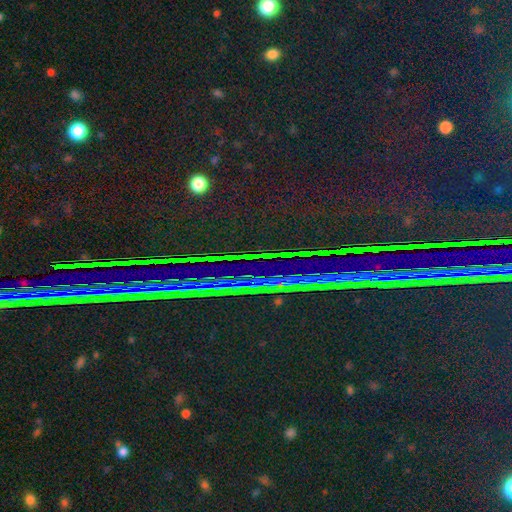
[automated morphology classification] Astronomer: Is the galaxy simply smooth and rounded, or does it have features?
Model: star or artifact — 88%.